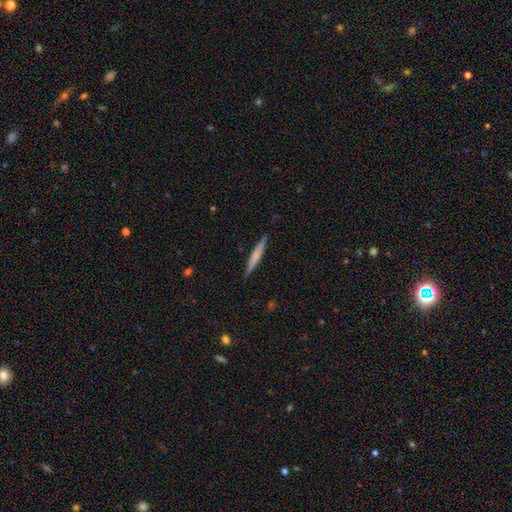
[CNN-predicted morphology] This appears to be a smooth galaxy with no disk features (55%) that is cigar-shaped (96%). Merging: none (90%).